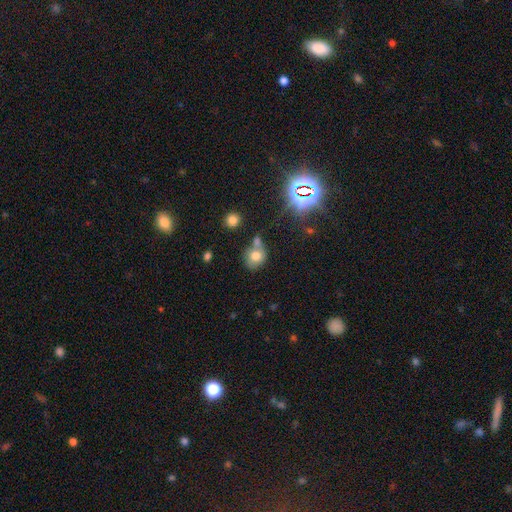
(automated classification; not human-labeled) Morphology: type=smooth (71%); roundness=round (74%); merging=none (49%).